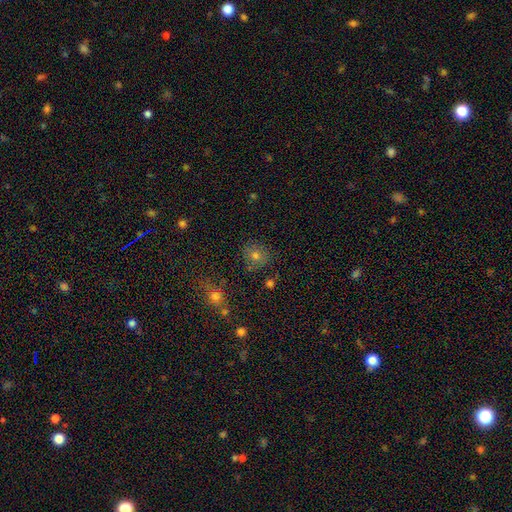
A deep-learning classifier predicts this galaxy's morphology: Smooth or featured?
  - smooth: 67% *
  - star or artifact: 22%
  - featured or disk: 11%
How rounded?
  - round: 82% *
  - in between: 17%
  - cigar-shaped: 1%
Merging?
  - none: 82% *
  - minor disturbance: 11%
  - major disturbance: 3%
  - merger: 3%